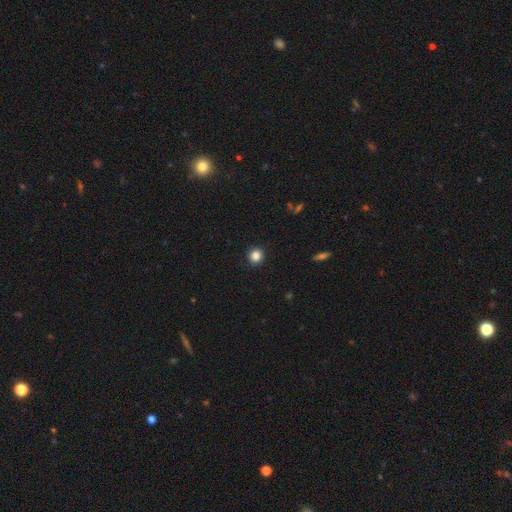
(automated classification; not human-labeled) Smooth or featured?
  - smooth: 85% *
  - star or artifact: 11%
  - featured or disk: 4%
How rounded?
  - round: 91% *
  - in between: 8%
  - cigar-shaped: 1%
Merging?
  - none: 92% *
  - minor disturbance: 5%
  - major disturbance: 2%
  - merger: 1%